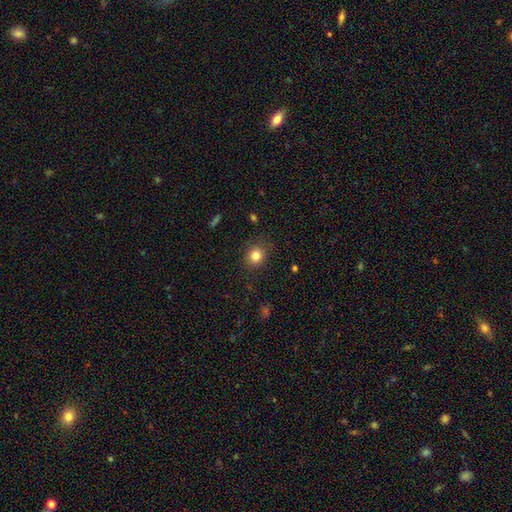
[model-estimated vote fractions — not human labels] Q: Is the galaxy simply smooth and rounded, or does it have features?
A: smooth — 83%.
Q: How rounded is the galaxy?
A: round — 79%.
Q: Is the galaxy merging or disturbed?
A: none — 85%.